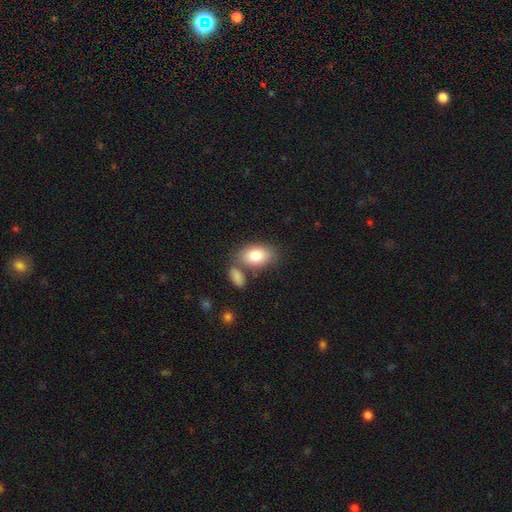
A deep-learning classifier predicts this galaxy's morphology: Smooth or featured?
  - smooth: 81% *
  - featured or disk: 12%
  - star or artifact: 7%
How rounded?
  - in between: 89% *
  - round: 10%
  - cigar-shaped: 2%
Merging?
  - none: 61% *
  - merger: 22%
  - minor disturbance: 13%
  - major disturbance: 4%